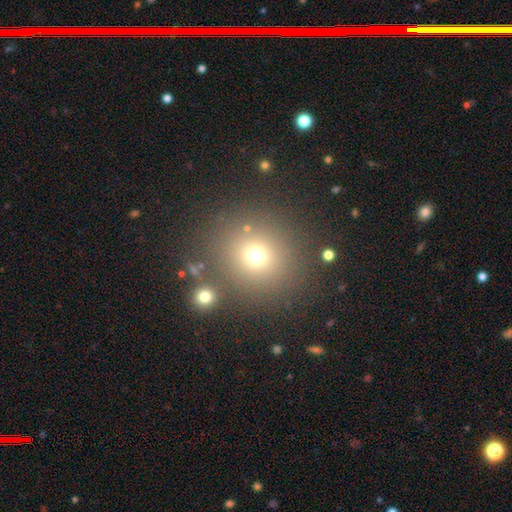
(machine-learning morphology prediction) Smooth or featured: smooth — 70% (star or artifact — 21%)
How rounded: round — 89% (in between — 10%)
Merging: none — 78% (merger — 9%)